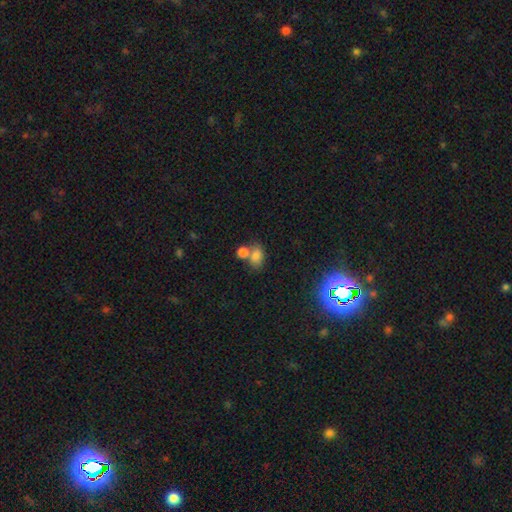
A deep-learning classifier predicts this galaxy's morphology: The model was most divided on "merging": none: 43%, merger: 40%, minor disturbance: 12%, major disturbance: 5%. More confident: smooth or featured — smooth (78%); how rounded — in between (74%).